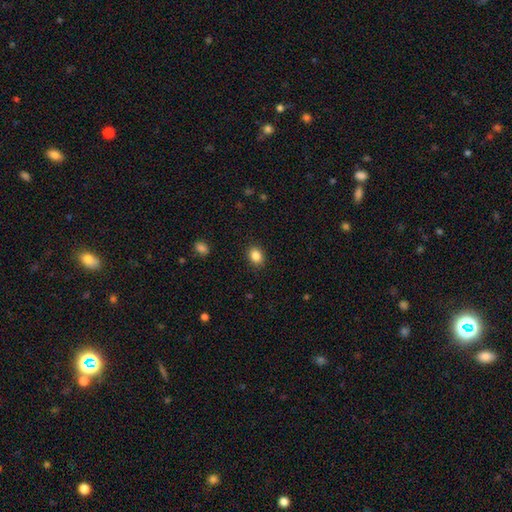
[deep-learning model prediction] A smooth galaxy with no disk features (86%) that is in between round and cigar-shaped (55%).

Vote fractions:
- Smooth or featured? smooth: 86% / star or artifact: 10% / featured or disk: 5%
- How rounded? in between: 55% / round: 44% / cigar-shaped: 1%
- Merging? none: 89% / minor disturbance: 8% / major disturbance: 2% / merger: 1%